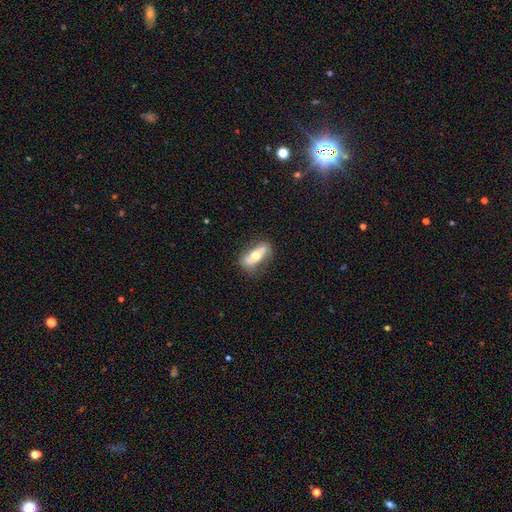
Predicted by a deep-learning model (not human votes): A featured or disk galaxy (48%).

Vote fractions:
- Smooth or featured? featured or disk: 48% / smooth: 46% / star or artifact: 6%
- Merging? none: 70% / minor disturbance: 20% / major disturbance: 6% / merger: 3%